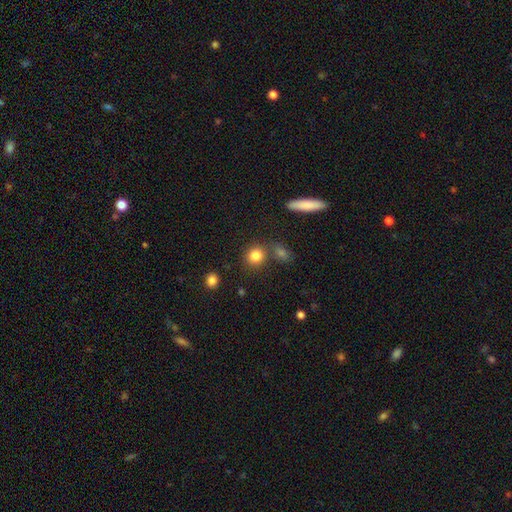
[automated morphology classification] smooth 83%, star or artifact 11%, featured or disk 7%. Down the decision tree: how rounded — round (82%); merging — none (72%).